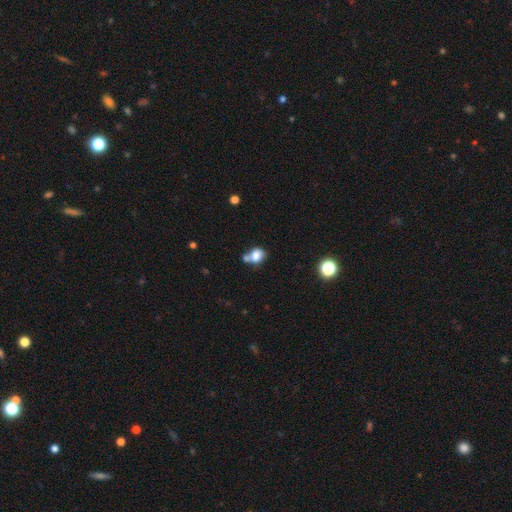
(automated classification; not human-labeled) Q: Smooth or featured?
A: smooth (78%); runner-up: featured or disk (11%)
Q: How rounded?
A: round (50%); runner-up: in between (49%)
Q: Merging?
A: merger (40%); runner-up: none (39%)